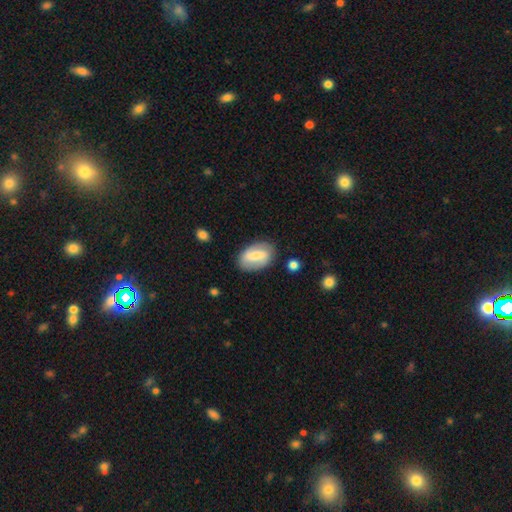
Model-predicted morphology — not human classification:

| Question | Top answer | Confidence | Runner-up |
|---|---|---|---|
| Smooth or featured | smooth | 47% | featured or disk (46%) |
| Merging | none | 80% | minor disturbance (14%) |